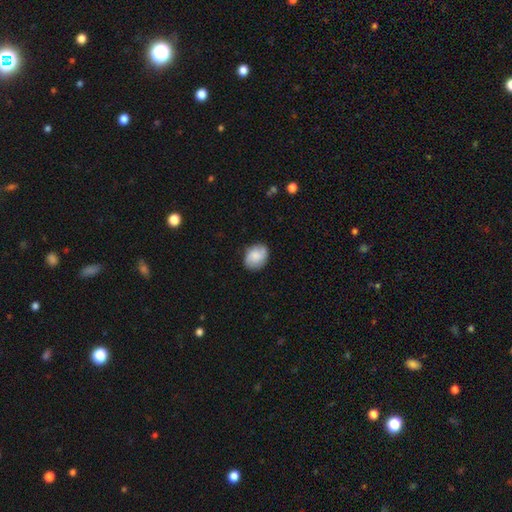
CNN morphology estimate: This appears to be a smooth galaxy with no disk features (68%) that is in between round and cigar-shaped (60%). Merging: none (81%).